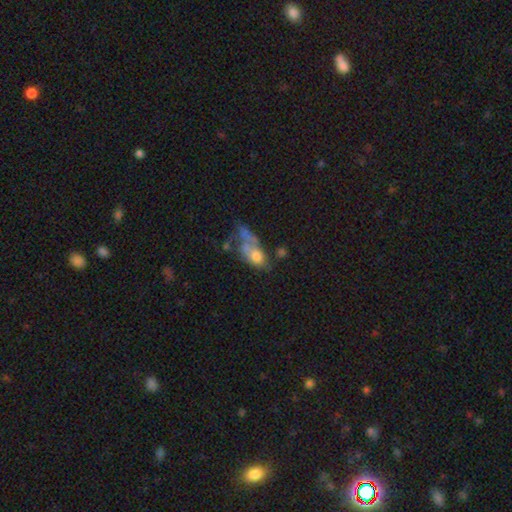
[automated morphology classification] smooth 55%, featured or disk 34%, star or artifact 11%. Down the decision tree: how rounded — in between (80%); merging — major disturbance (41%).